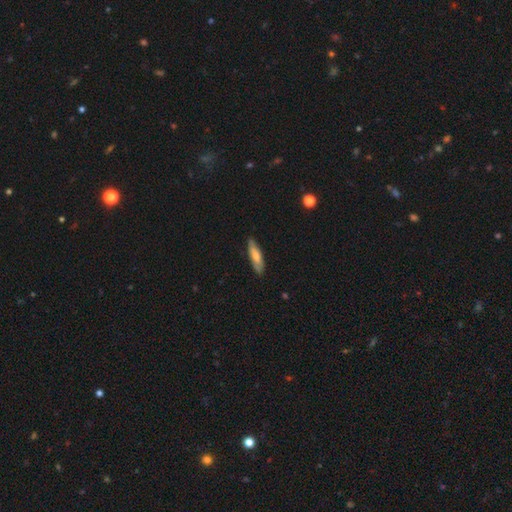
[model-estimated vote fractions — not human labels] Overall: smooth (56%; featured or disk 38%). How rounded: cigar-shaped (63%; in between 36%). Merging: none (82%).